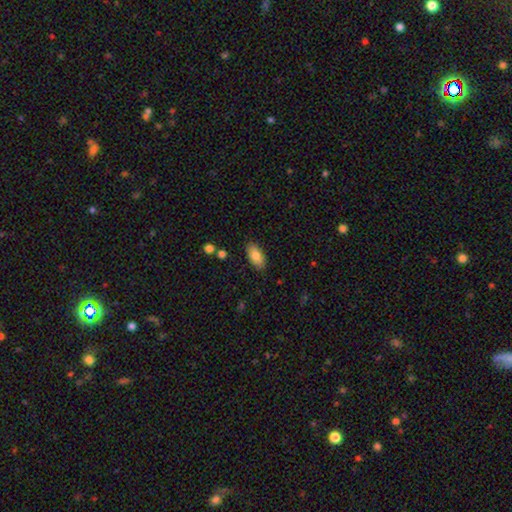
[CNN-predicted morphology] A smooth galaxy with no disk features (83%) that is in between round and cigar-shaped (91%). Merging: none (86%).